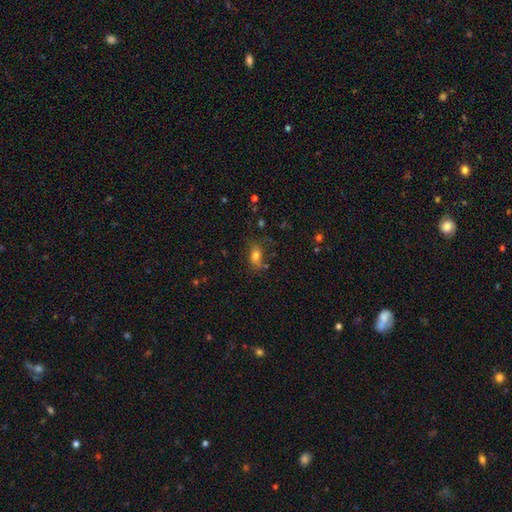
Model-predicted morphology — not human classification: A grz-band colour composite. It shows a smooth galaxy with no disk features (77%) that is in between round and cigar-shaped (82%). Merging: none (65%).